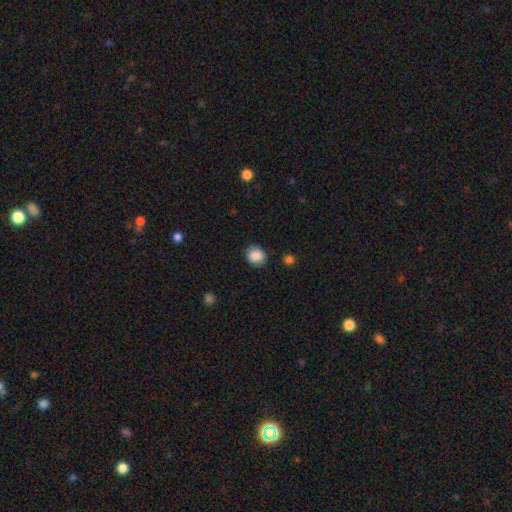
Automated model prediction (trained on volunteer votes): A smooth galaxy with no disk features (87%) that is round (68%). Merging: none (82%).